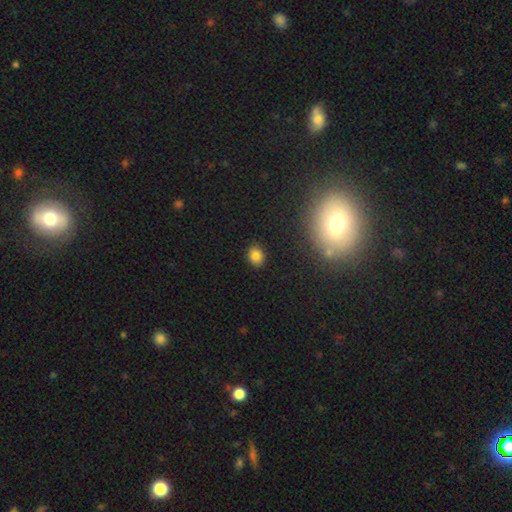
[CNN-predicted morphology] The model was most divided on "how rounded": in between: 50%, round: 49%, cigar-shaped: 1%. More confident: merging — none (88%); smooth or featured — smooth (81%).